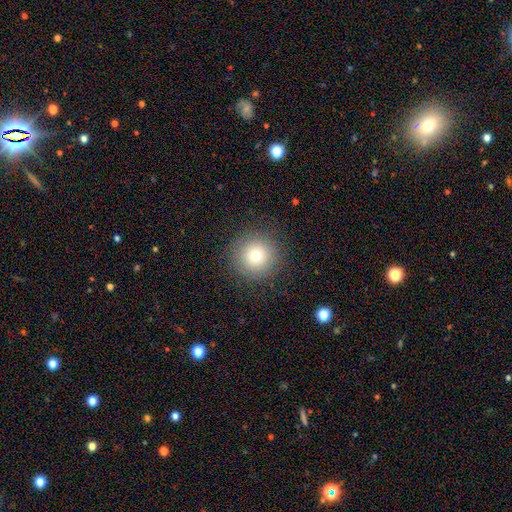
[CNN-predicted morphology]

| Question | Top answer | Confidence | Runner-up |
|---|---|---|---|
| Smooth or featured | smooth | 76% | star or artifact (13%) |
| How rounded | round | 96% | in between (3%) |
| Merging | none | 88% | minor disturbance (8%) |